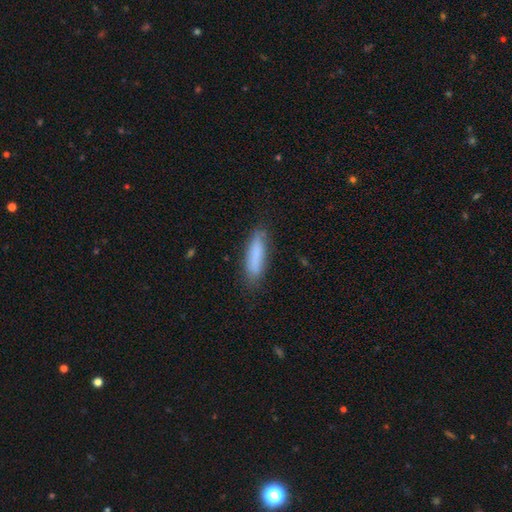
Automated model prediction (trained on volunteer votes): smooth-or-featured: smooth: 80% | featured or disk: 13% | star or artifact: 6%
  how-rounded: cigar-shaped: 70% | in between: 29% | round: 2%
  merging: none: 80% | minor disturbance: 15% | major disturbance: 3% | merger: 1%